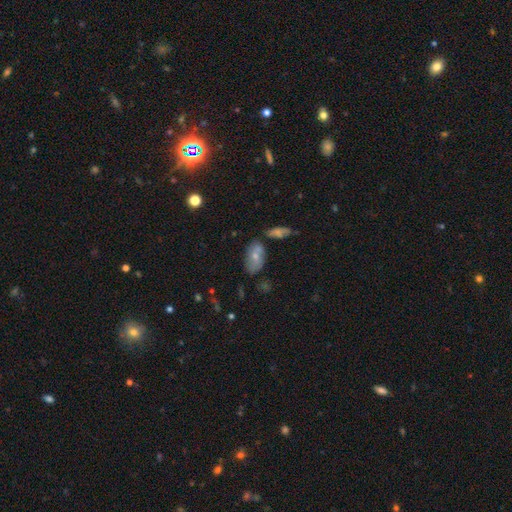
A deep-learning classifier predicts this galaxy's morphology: smooth_or_featured: smooth (p=0.64) [alt: featured or disk p=0.27]
how_rounded: in between (p=0.91) [alt: round p=0.05]
merging: none (p=0.54) [alt: minor disturbance p=0.20]